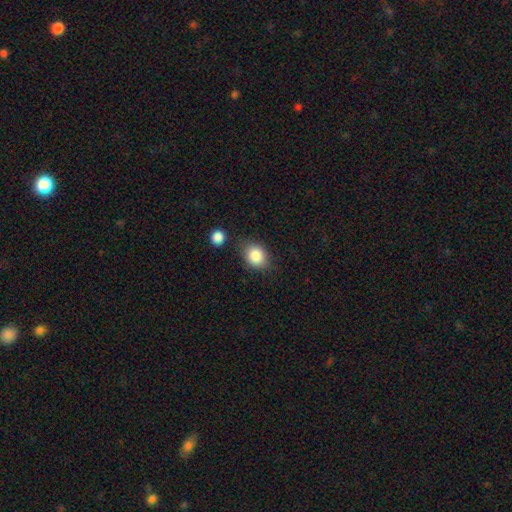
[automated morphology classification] The model was most divided on "how rounded": in between: 50%, round: 49%, cigar-shaped: 1%. More confident: smooth or featured — smooth (86%); merging — none (74%).